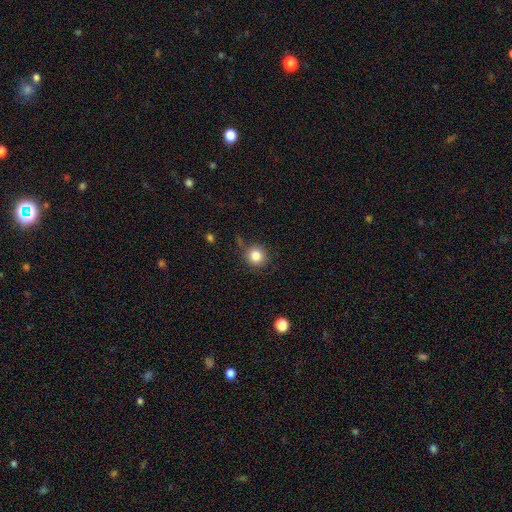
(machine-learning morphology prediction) This is clearly a smooth galaxy (83%). How rounded: clearly round (90%). Merging: clearly none (83%).